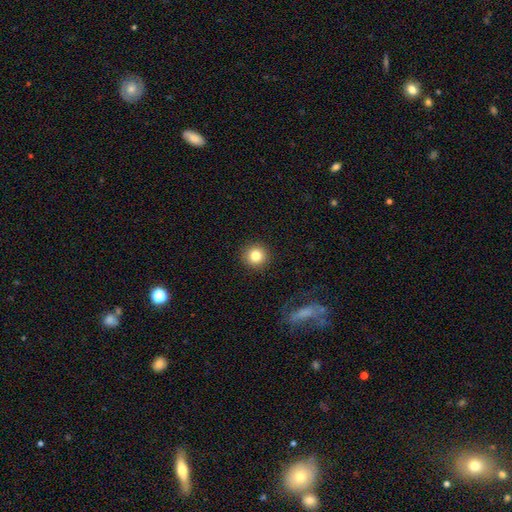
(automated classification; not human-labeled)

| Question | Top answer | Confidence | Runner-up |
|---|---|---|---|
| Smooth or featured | smooth | 83% | star or artifact (11%) |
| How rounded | round | 93% | in between (6%) |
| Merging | none | 92% | minor disturbance (5%) |